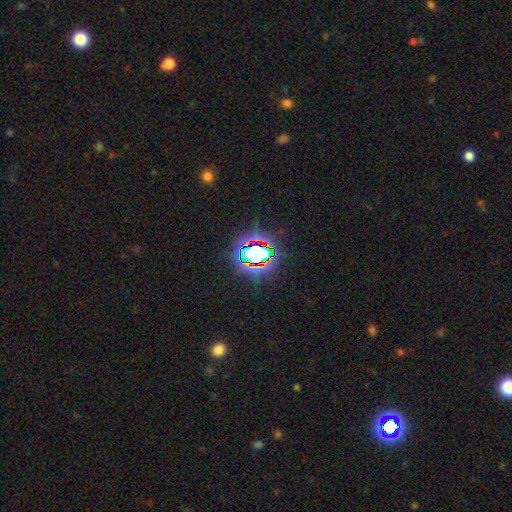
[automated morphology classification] The model was most divided on "smooth or featured": star or artifact: 81%, smooth: 12%, featured or disk: 7%.